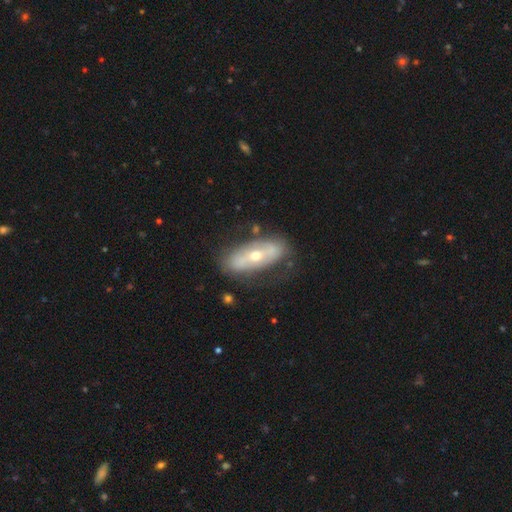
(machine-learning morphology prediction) The model was most divided on "smooth or featured": featured or disk: 62%, smooth: 32%, star or artifact: 7%. More confident: edge-on disk — no (79%); merging — none (70%).